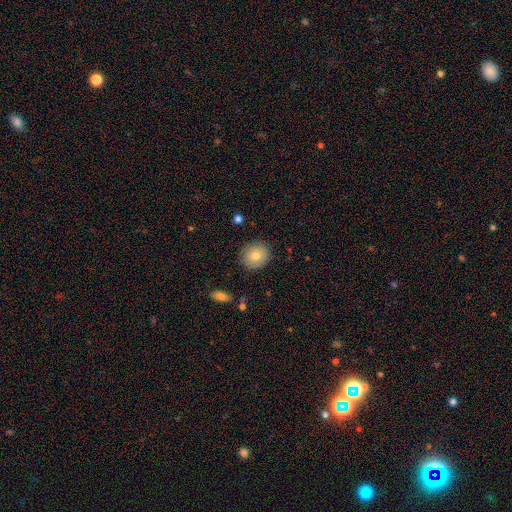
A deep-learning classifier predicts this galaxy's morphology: This appears to be a smooth galaxy with no disk features (78%) that is round (79%). Merging: none (87%).